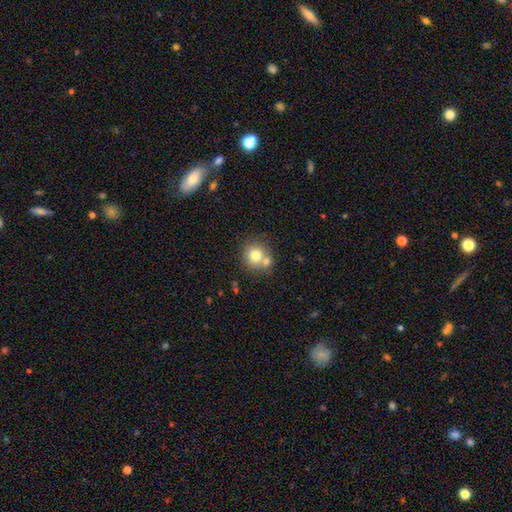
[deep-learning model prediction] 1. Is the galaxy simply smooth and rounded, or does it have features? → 75% smooth, 14% featured or disk, 11% star or artifact.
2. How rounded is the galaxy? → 87% round, 12% in between, 1% cigar-shaped.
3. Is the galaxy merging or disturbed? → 55% none, 34% merger, 8% minor disturbance, 3% major disturbance.